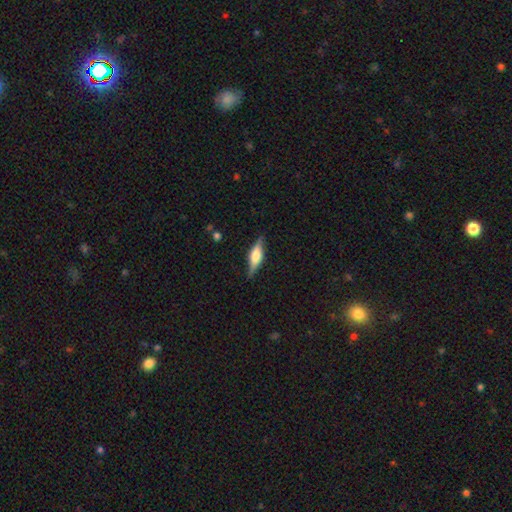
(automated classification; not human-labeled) The model was most divided on "smooth or featured": featured or disk: 60%, smooth: 34%, star or artifact: 6%. More confident: edge-on disk — yes (93%); merging — none (82%); edge-on bulge — rounded (78%).